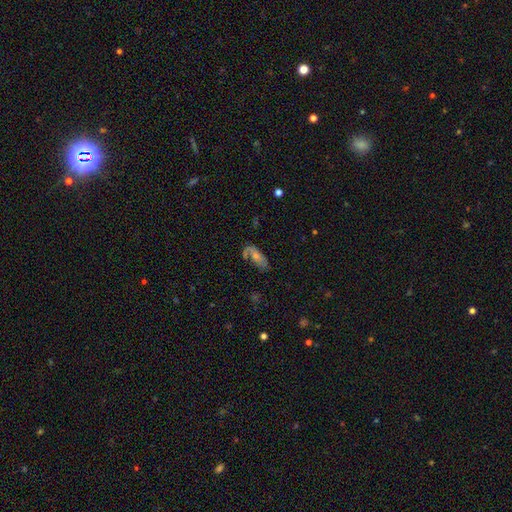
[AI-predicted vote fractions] smooth-or-featured: featured or disk: 55% | smooth: 33% | star or artifact: 12%
  disk-edge-on: no: 84% | yes: 16%
  merging: none: 61% | minor disturbance: 21% | major disturbance: 13% | merger: 5%